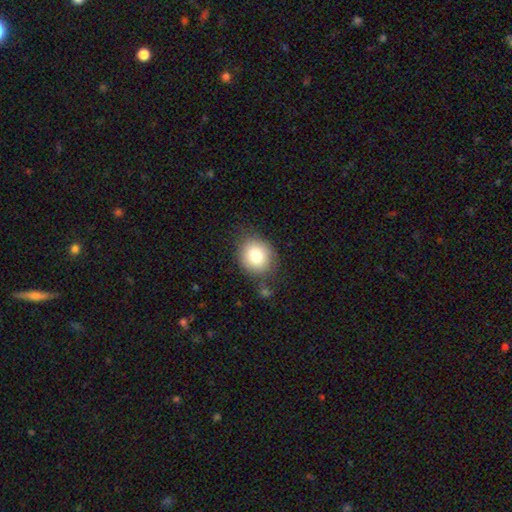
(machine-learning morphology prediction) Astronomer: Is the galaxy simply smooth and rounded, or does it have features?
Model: smooth — 82%.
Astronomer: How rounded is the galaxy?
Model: round — 72%.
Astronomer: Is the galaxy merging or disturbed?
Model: none — 77%.